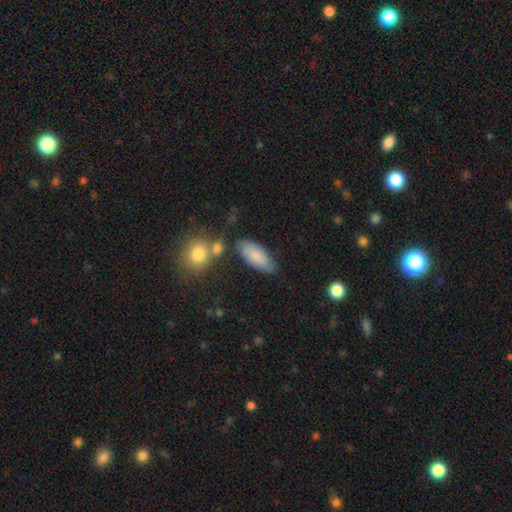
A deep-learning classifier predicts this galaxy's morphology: smooth 79%, featured or disk 14%, star or artifact 7%. Down the decision tree: how rounded — in between (85%); merging — none (68%).